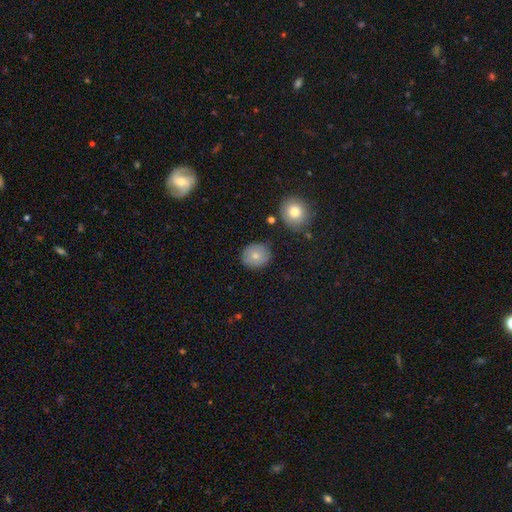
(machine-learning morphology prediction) smooth 75%, featured or disk 17%, star or artifact 8%. Down the decision tree: how rounded — round (80%); merging — none (83%).